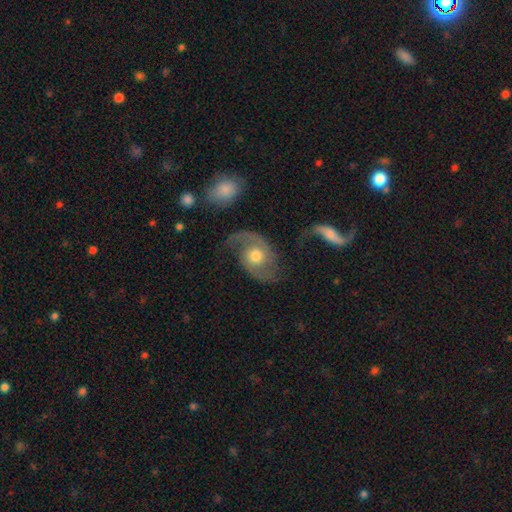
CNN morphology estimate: Q: Smooth or featured?
A: featured or disk (87%); runner-up: smooth (8%)
Q: Edge-on disk?
A: no (97%); runner-up: yes (3%)
Q: Bar?
A: no (73%); runner-up: weak (23%)
Q: Spiral arms?
A: yes (96%); runner-up: no (4%)
Q: Spiral winding?
A: medium (48%); runner-up: loose (38%)
Q: Spiral arm count?
A: 2 (92%); runner-up: 1 (2%)
Q: Bulge size?
A: moderate (73%); runner-up: small (13%)
Q: Merging?
A: none (66%); runner-up: minor disturbance (18%)